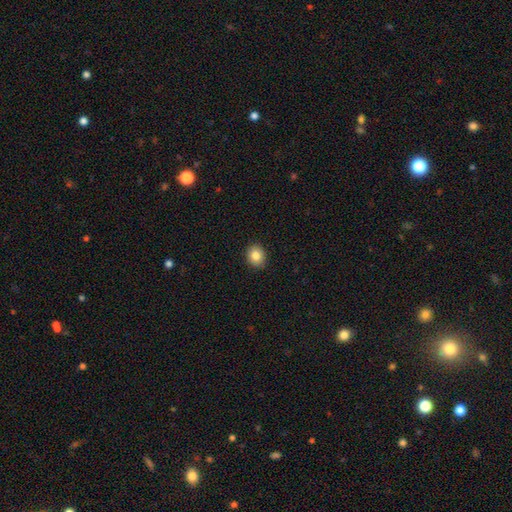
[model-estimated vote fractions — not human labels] This is clearly a smooth galaxy (84%). How rounded: likely round (63%). Merging: clearly none (91%).